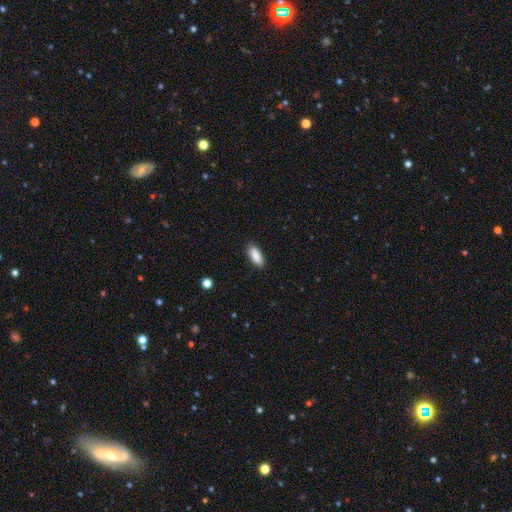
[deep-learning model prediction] Smooth or featured?
  - smooth: 88% *
  - star or artifact: 6%
  - featured or disk: 5%
How rounded?
  - in between: 72% *
  - cigar-shaped: 26%
  - round: 2%
Merging?
  - none: 87% *
  - minor disturbance: 9%
  - major disturbance: 2%
  - merger: 1%